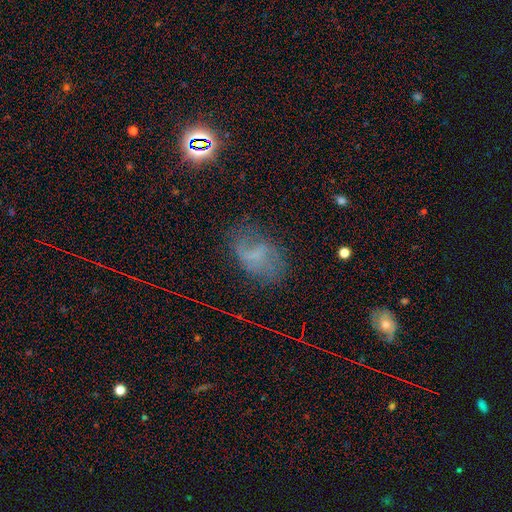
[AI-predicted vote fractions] This is possibly a featured or disk galaxy (47%). Merging: possibly none (56%).